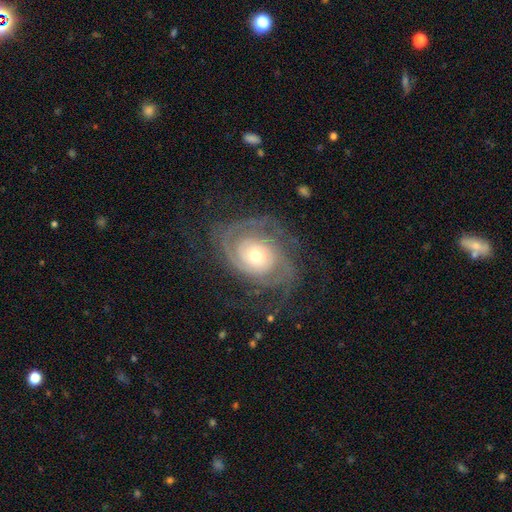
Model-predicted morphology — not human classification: smooth_or_featured: featured or disk (p=0.88) [alt: smooth p=0.07]
disk_edge_on: no (p=0.97) [alt: yes p=0.03]
bar: no (p=0.74) [alt: weak p=0.20]
has_spiral_arms: yes (p=0.96) [alt: no p=0.04]
spiral_winding: tight (p=0.70) [alt: medium p=0.24]
spiral_arm_count: 2 (p=0.37) [alt: can't tell p=0.24]
bulge_size: moderate (p=0.55) [alt: small p=0.38]
merging: none (p=0.68) [alt: minor disturbance p=0.18]